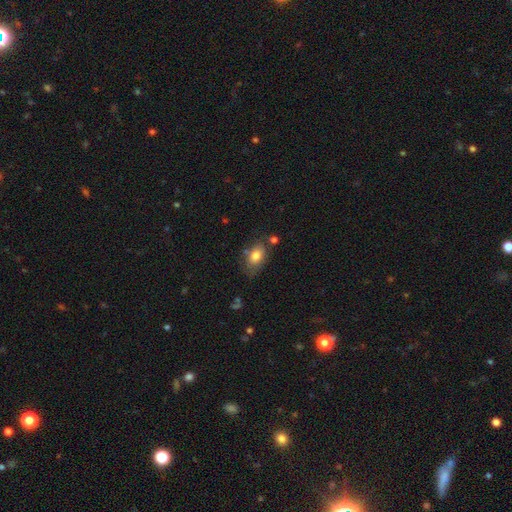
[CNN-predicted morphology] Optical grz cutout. It shows a smooth galaxy with no disk features (79%) that is in between round and cigar-shaped (87%). Merging: none (64%).